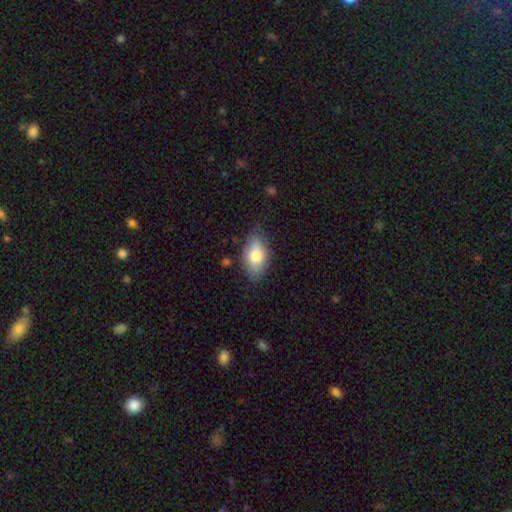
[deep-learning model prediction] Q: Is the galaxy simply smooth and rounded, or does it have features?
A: smooth — 75%.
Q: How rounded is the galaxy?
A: in between — 90%.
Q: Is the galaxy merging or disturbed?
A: none — 72%.